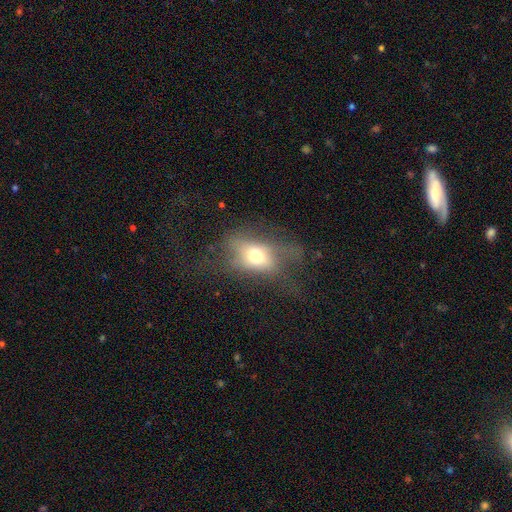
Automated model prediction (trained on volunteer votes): Q: Smooth or featured?
A: smooth (61%); runner-up: featured or disk (25%)
Q: How rounded?
A: in between (72%); runner-up: round (24%)
Q: Merging?
A: none (38%); runner-up: major disturbance (36%)